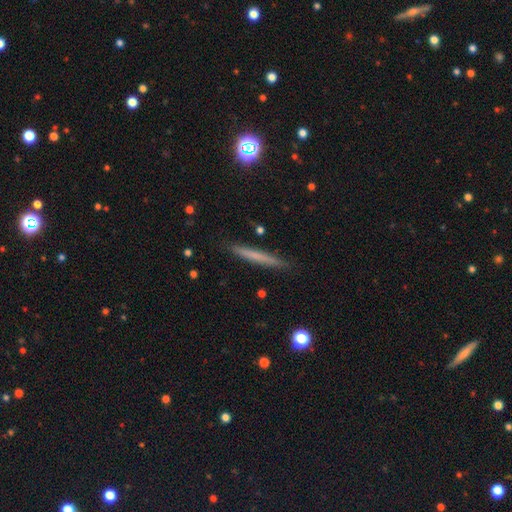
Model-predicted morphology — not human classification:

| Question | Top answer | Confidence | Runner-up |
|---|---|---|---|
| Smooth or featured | smooth | 61% | featured or disk (31%) |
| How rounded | cigar-shaped | 96% | in between (3%) |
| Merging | none | 89% | minor disturbance (8%) |